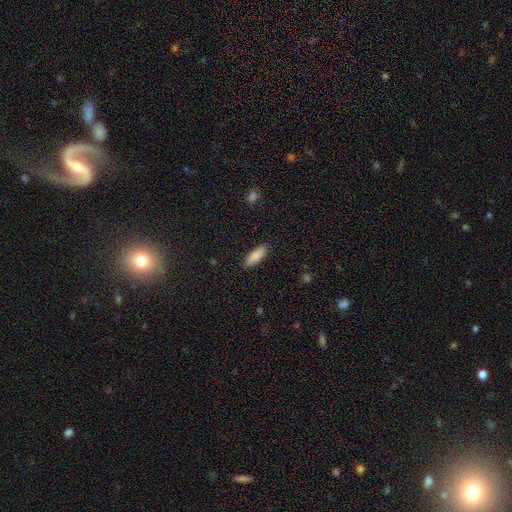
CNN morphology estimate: A smooth galaxy with no disk features (88%) that is in between round and cigar-shaped (61%). Merging: none (90%).